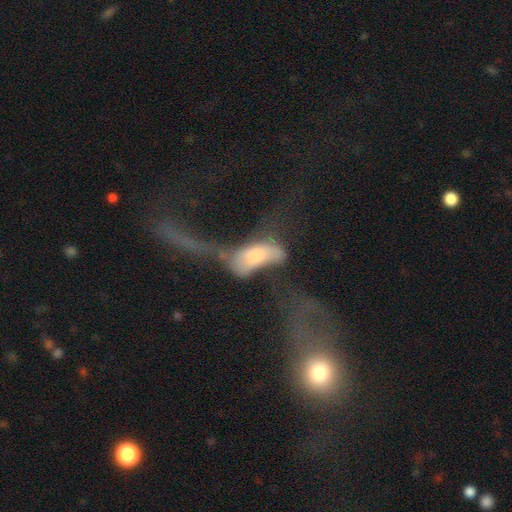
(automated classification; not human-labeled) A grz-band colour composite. It shows a smooth galaxy with no disk features (54%) that is in between round and cigar-shaped (80%). Merging: major disturbance (42%).